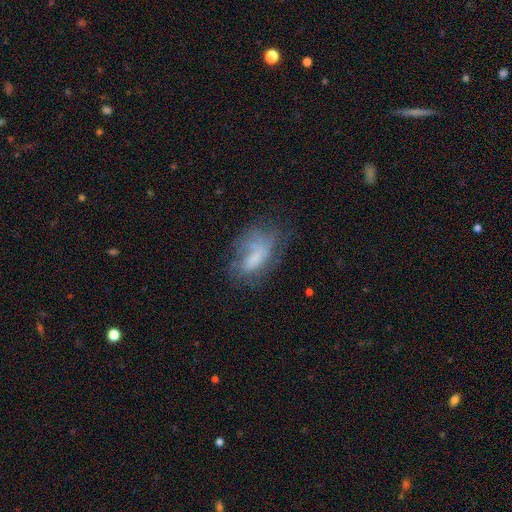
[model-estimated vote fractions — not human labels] smooth-or-featured: featured or disk: 45% | smooth: 44% | star or artifact: 11%
  merging: none: 46% | minor disturbance: 26% | major disturbance: 25% | merger: 3%